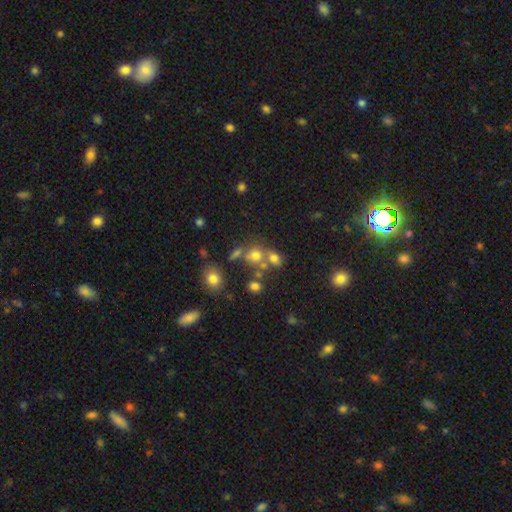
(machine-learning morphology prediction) smooth-or-featured: smooth: 66% | star or artifact: 19% | featured or disk: 14%
  how-rounded: round: 76% | in between: 23% | cigar-shaped: 1%
  merging: none: 45% | merger: 39% | minor disturbance: 10% | major disturbance: 6%